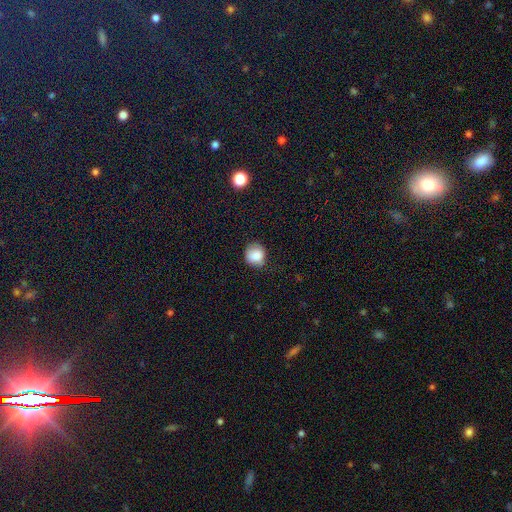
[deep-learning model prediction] Morphology: type=smooth (84%); roundness=round (83%); merging=none (68%).